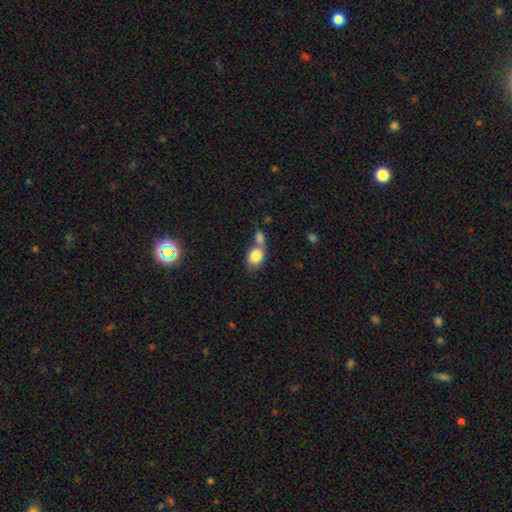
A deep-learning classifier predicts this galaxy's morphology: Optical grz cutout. It shows a smooth galaxy with no disk features (83%) that is in between round and cigar-shaped (61%). Merging: merger (55%).